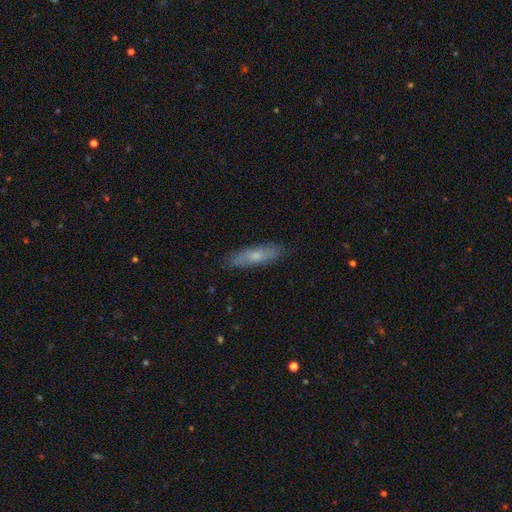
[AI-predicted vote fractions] Smooth or featured? Predicted: smooth (p=0.56). How rounded? Predicted: cigar-shaped (p=0.70). Merging? Predicted: none (p=0.85).